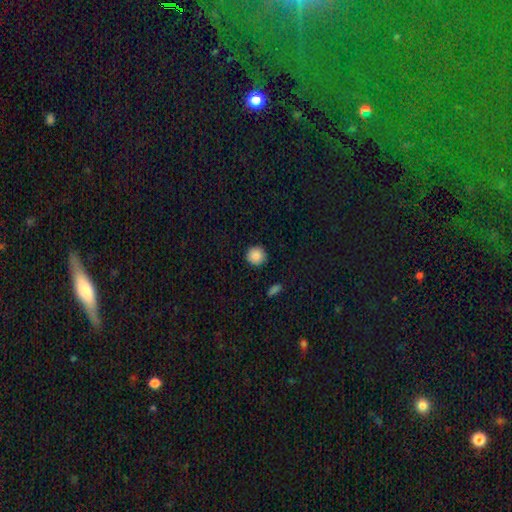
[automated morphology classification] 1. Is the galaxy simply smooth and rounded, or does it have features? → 88% smooth, 8% star or artifact, 4% featured or disk.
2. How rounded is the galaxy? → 90% round, 9% in between, 1% cigar-shaped.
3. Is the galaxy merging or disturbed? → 90% none, 7% minor disturbance, 2% major disturbance, 1% merger.